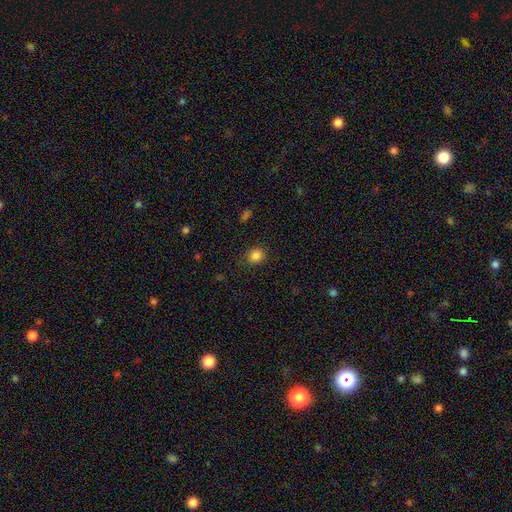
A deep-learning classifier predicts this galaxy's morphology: Overall: smooth (84%). How rounded: round (84%). Merging: none (86%).